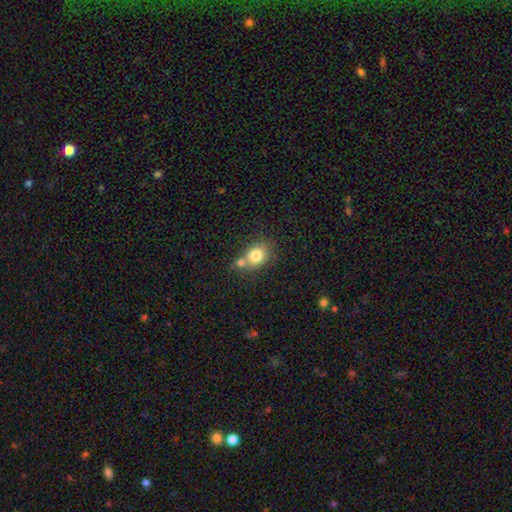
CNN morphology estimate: A smooth galaxy with no disk features (78%) that is round (50%). Merging: none (45%).